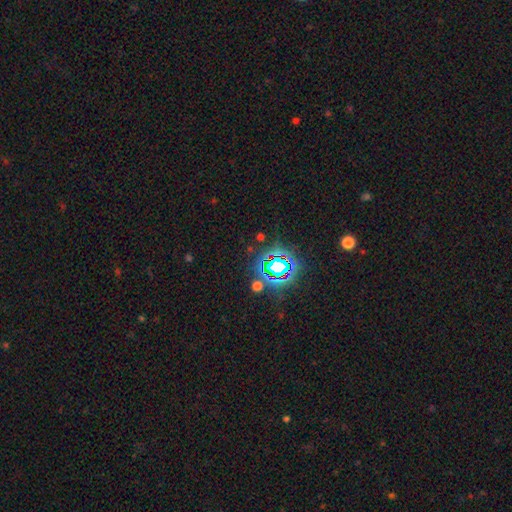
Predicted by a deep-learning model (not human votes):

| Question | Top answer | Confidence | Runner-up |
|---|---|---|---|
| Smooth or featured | star or artifact | 82% | smooth (11%) |